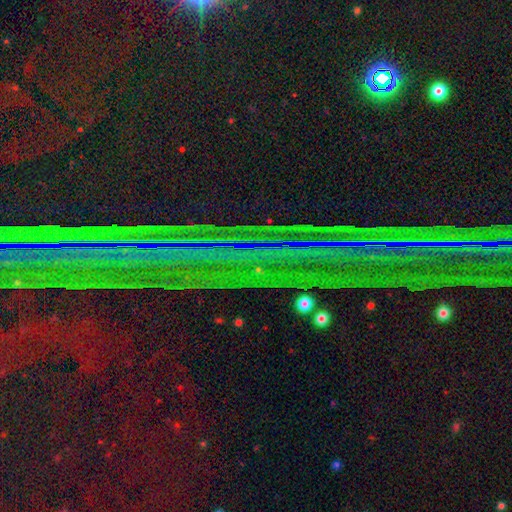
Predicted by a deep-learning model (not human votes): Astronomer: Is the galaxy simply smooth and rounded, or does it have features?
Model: star or artifact — 84%.